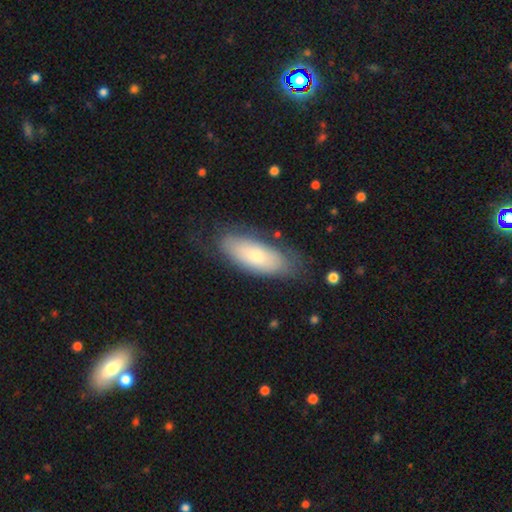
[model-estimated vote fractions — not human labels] Q: Smooth or featured?
A: smooth (64%); runner-up: featured or disk (30%)
Q: How rounded?
A: in between (81%); runner-up: cigar-shaped (17%)
Q: Merging?
A: none (69%); runner-up: minor disturbance (22%)